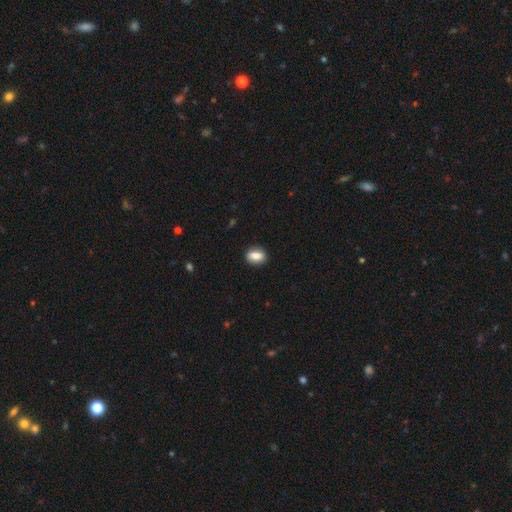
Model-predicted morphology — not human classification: This is clearly a smooth galaxy (84%). How rounded: likely in between (77%). Merging: clearly none (86%).